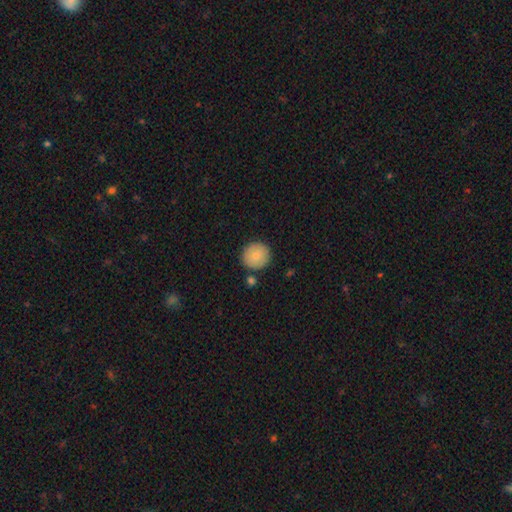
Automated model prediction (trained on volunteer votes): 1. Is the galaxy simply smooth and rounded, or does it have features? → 83% smooth, 9% featured or disk, 7% star or artifact.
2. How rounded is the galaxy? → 93% round, 6% in between, 1% cigar-shaped.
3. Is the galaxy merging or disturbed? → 84% none, 9% minor disturbance, 5% merger, 2% major disturbance.